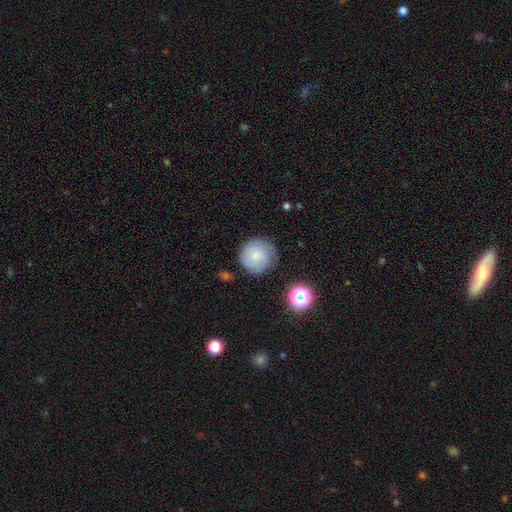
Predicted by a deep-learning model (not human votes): Overall: smooth (69%). How rounded: round (94%). Merging: none (74%).